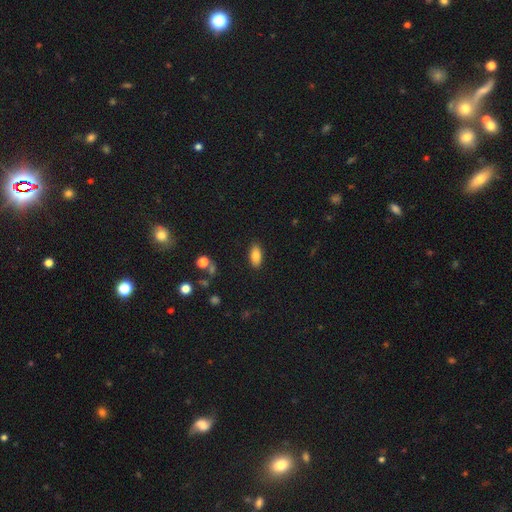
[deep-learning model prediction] A smooth galaxy with no disk features (81%) that is in between round and cigar-shaped (90%).

Vote fractions:
- Smooth or featured? smooth: 81% / featured or disk: 11% / star or artifact: 8%
- How rounded? in between: 90% / cigar-shaped: 7% / round: 4%
- Merging? none: 86% / minor disturbance: 10% / major disturbance: 2% / merger: 2%